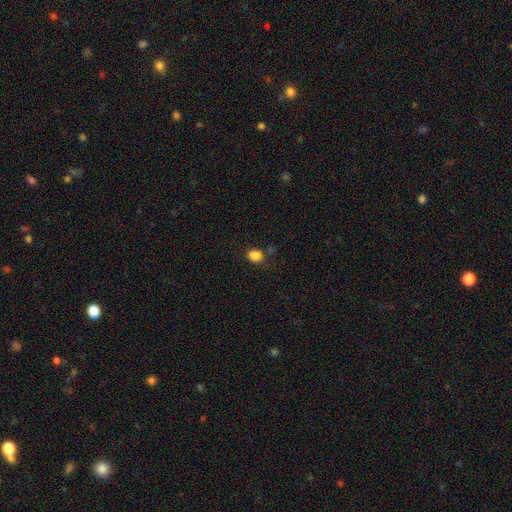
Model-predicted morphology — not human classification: Smooth or featured: smooth — 84% (star or artifact — 12%)
How rounded: round — 59% (in between — 40%)
Merging: none — 75% (minor disturbance — 15%)